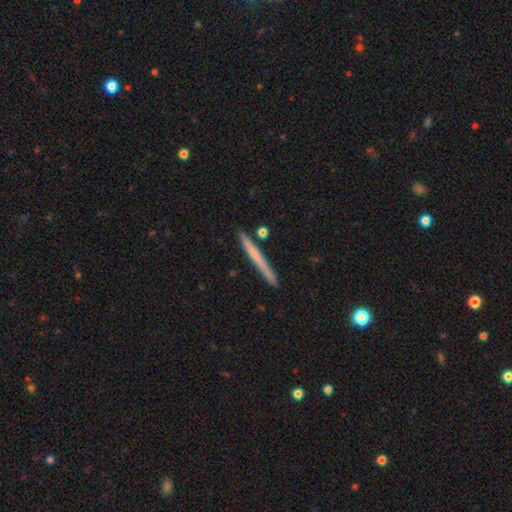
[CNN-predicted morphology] Smooth or featured? Predicted: smooth (p=0.53). How rounded? Predicted: cigar-shaped (p=0.97). Merging? Predicted: none (p=0.89).